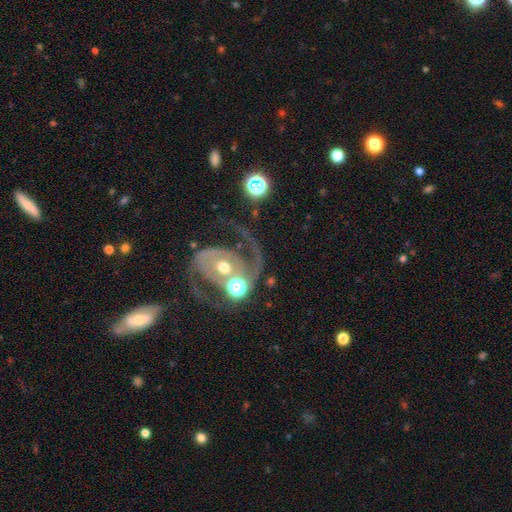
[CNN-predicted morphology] Smooth or featured? Predicted: featured or disk (p=0.77). Edge-on disk? Predicted: no (p=0.96). Bar? Predicted: no (p=0.60). Spiral arms? Predicted: yes (p=0.90). Spiral winding? Predicted: medium (p=0.44). Spiral arm count? Predicted: 2 (p=0.59). Bulge size? Predicted: moderate (p=0.52). Merging? Predicted: none (p=0.44).